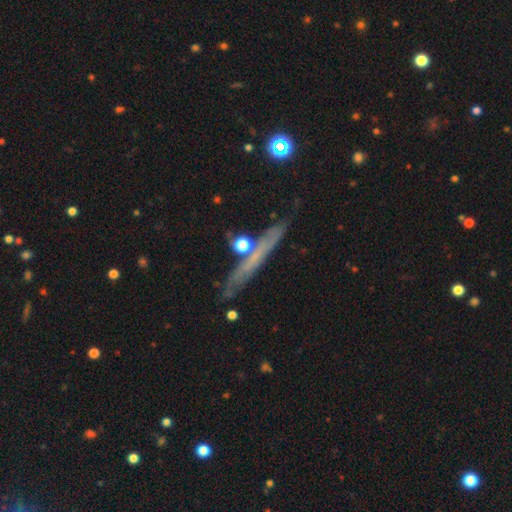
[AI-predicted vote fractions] Overall: featured or disk (53%; smooth 38%). Edge-on disk: yes (91%). Merging: none (81%).